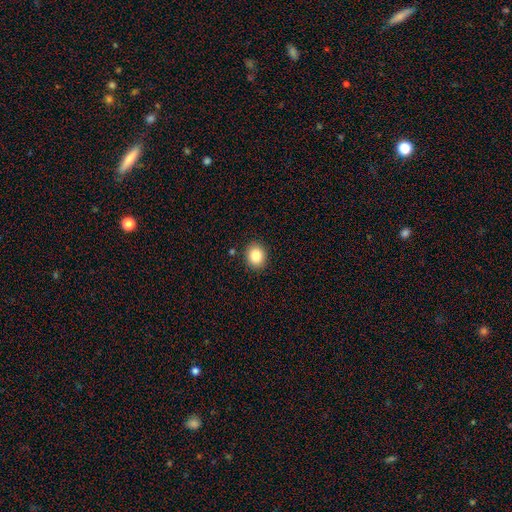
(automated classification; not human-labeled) This is clearly a smooth galaxy (86%). How rounded: likely round (64%). Merging: clearly none (88%).